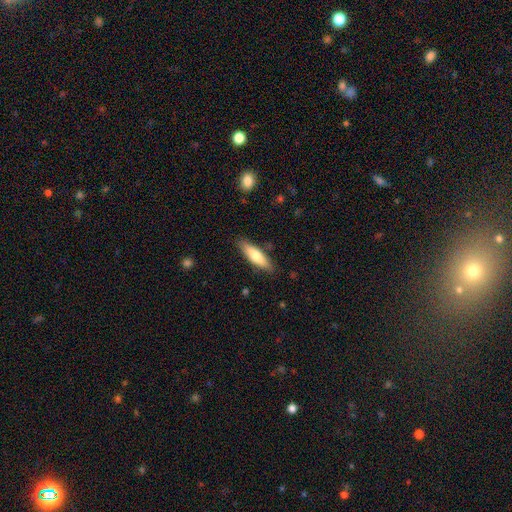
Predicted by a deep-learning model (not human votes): Q: Smooth or featured?
A: smooth (70%); runner-up: featured or disk (25%)
Q: How rounded?
A: cigar-shaped (61%); runner-up: in between (37%)
Q: Merging?
A: none (85%); runner-up: minor disturbance (11%)